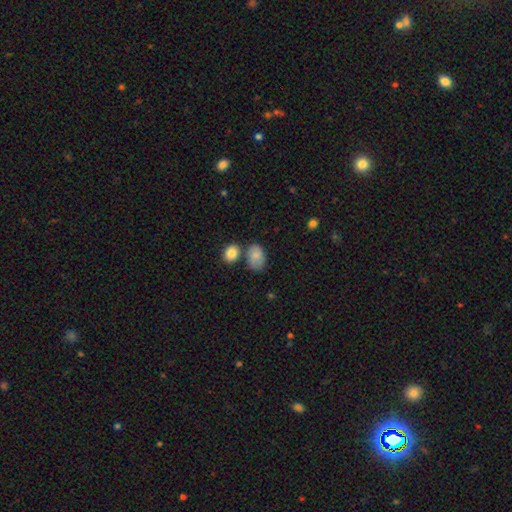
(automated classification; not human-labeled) A smooth galaxy with no disk features (82%) that is in between round and cigar-shaped (80%). Merging: none (50%).